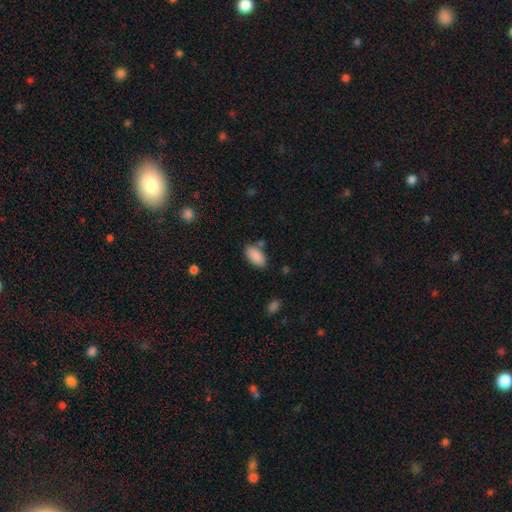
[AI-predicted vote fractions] Smooth or featured?
  - smooth: 89% *
  - star or artifact: 7%
  - featured or disk: 4%
How rounded?
  - in between: 93% *
  - cigar-shaped: 4%
  - round: 3%
Merging?
  - none: 76% *
  - minor disturbance: 14%
  - merger: 7%
  - major disturbance: 4%